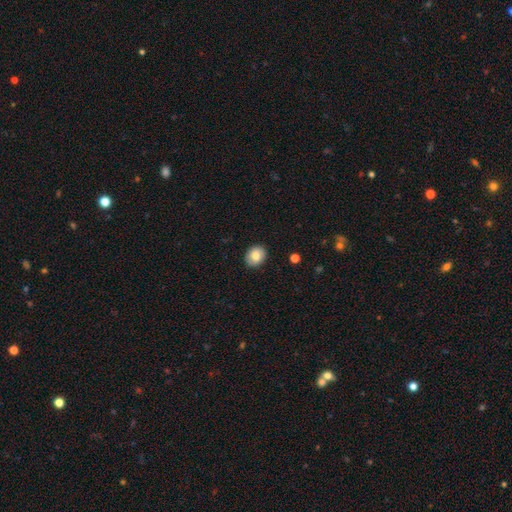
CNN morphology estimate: Smooth or featured: smooth — 82% (featured or disk — 10%)
How rounded: round — 55% (in between — 44%)
Merging: none — 89% (minor disturbance — 8%)